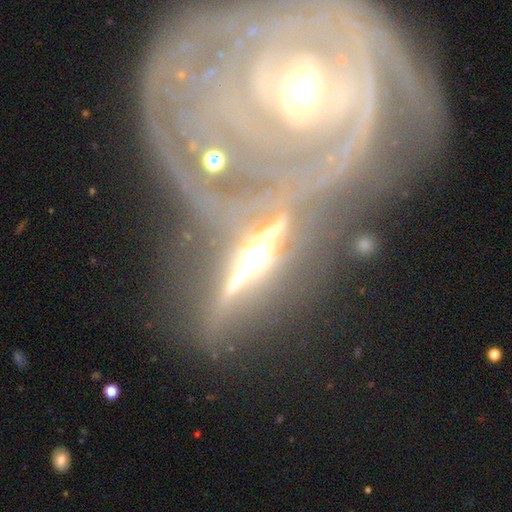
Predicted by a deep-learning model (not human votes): Smooth or featured: featured or disk — 75% (star or artifact — 15%)
Edge-on disk: yes — 83% (no — 17%)
Edge-on bulge: rounded — 76% (none — 12%)
Merging: none — 56% (merger — 19%)